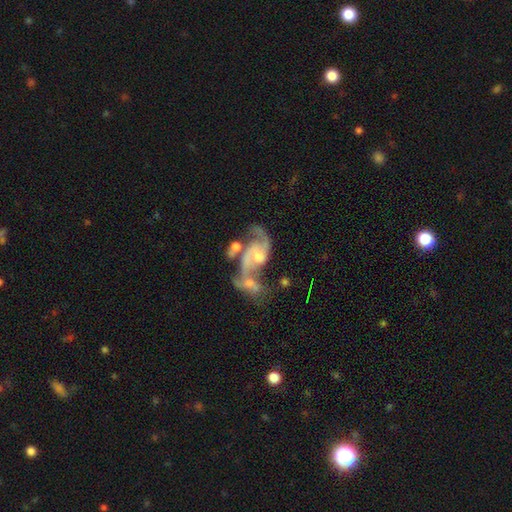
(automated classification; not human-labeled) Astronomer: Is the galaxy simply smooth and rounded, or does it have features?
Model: featured or disk — 85%.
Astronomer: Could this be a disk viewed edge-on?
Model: no — 97%.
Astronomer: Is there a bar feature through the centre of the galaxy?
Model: no — 55% (runner-up: weak, 37%).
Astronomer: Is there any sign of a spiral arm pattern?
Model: yes — 93%.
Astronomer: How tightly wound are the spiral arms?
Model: loose — 48% (runner-up: medium, 41%).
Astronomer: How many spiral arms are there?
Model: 2 — 84%.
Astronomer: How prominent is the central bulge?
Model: small — 41%, tied with moderate at 41%.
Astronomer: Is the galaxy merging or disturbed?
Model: merger — 54%.